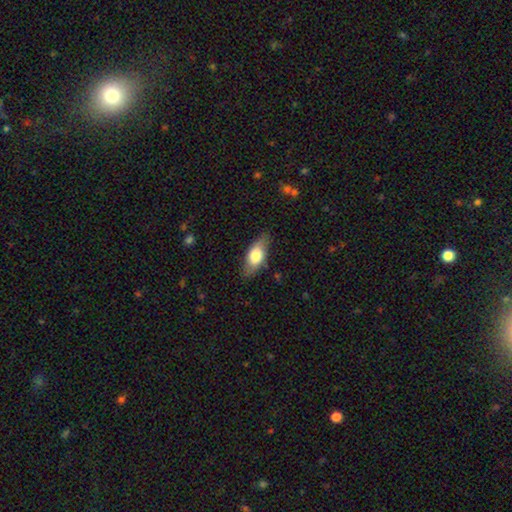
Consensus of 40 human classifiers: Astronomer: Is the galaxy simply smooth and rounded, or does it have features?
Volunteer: smooth — 80%.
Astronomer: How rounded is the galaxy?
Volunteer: in between — 78%.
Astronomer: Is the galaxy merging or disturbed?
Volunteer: none — 74%.